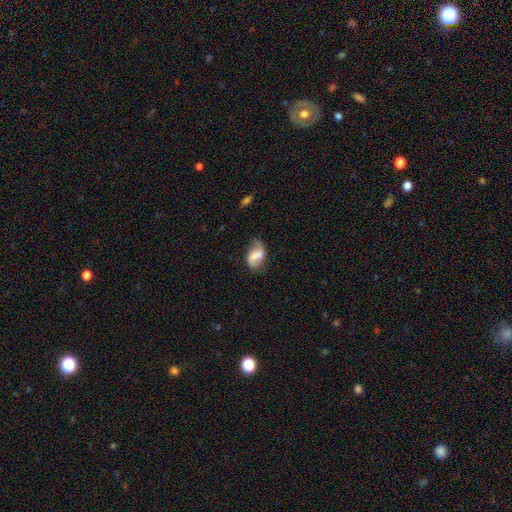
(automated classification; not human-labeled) Smooth or featured?
  - featured or disk: 53% *
  - smooth: 38%
  - star or artifact: 9%
Edge-on disk?
  - no: 96% *
  - yes: 4%
Bar?
  - weak: 42% *
  - strong: 31%
  - no: 27%
Spiral arms?
  - yes: 77% *
  - no: 23%
Bulge size?
  - small: 33% *
  - moderate: 29%
  - none: 27%
  - large: 9%
  - dominant: 2%
Merging?
  - none: 54% *
  - minor disturbance: 27%
  - major disturbance: 11%
  - merger: 7%